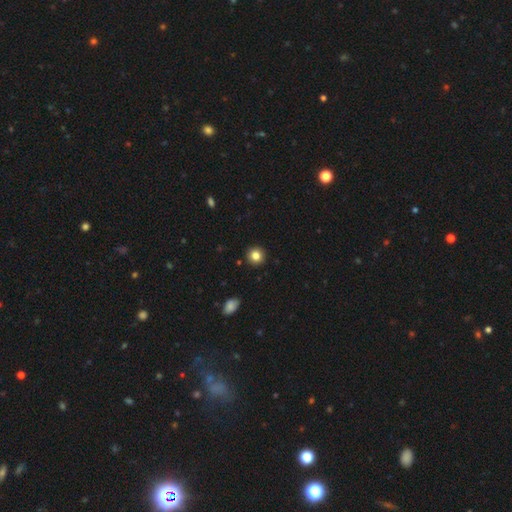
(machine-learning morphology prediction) smooth_or_featured: smooth (p=0.84) [alt: star or artifact p=0.11]
how_rounded: round (p=0.92) [alt: in between p=0.07]
merging: none (p=0.92) [alt: minor disturbance p=0.05]